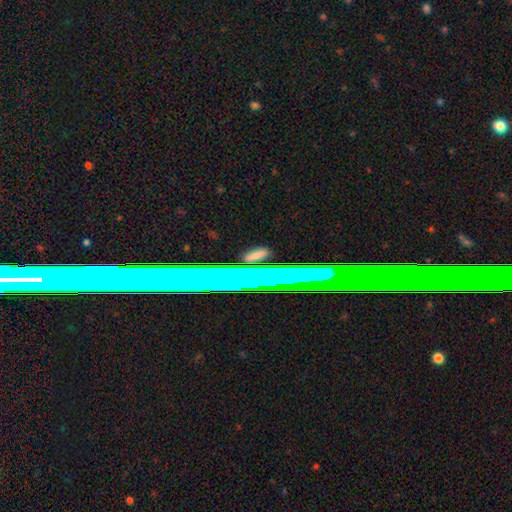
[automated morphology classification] This appears to be a smooth galaxy with no disk features (45%). Merging: none (83%).